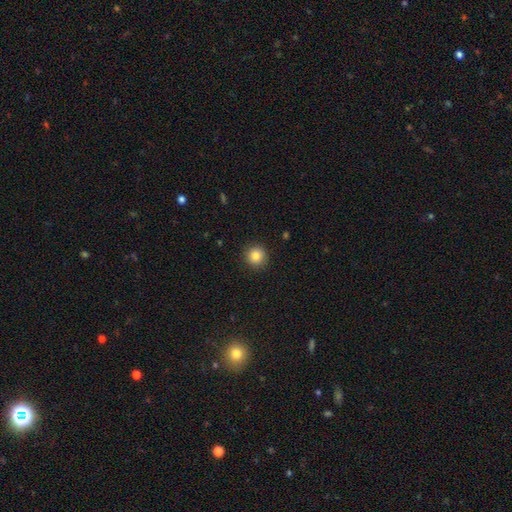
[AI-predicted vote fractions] Smooth or featured? smooth (84%)
How rounded? round (94%)
Merging? none (92%)